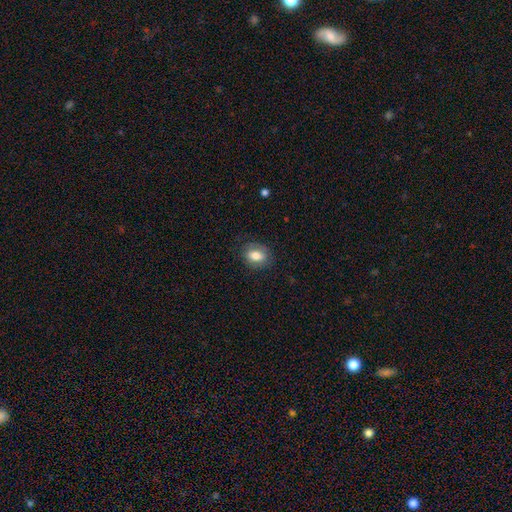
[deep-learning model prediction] Q: Smooth or featured?
A: smooth (74%); runner-up: featured or disk (18%)
Q: How rounded?
A: in between (67%); runner-up: round (32%)
Q: Merging?
A: none (80%); runner-up: minor disturbance (14%)